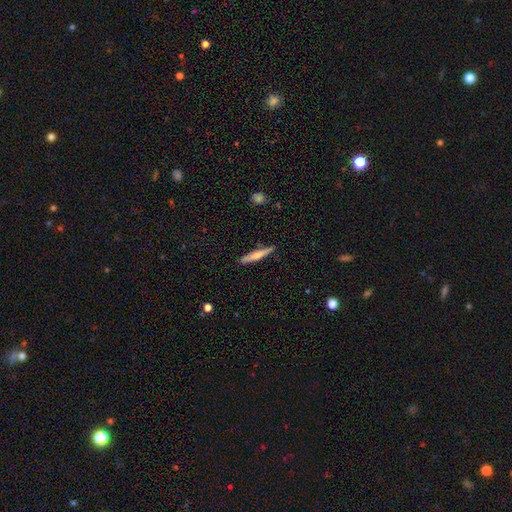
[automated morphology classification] Smooth or featured? featured or disk (47%)
Merging? none (89%)